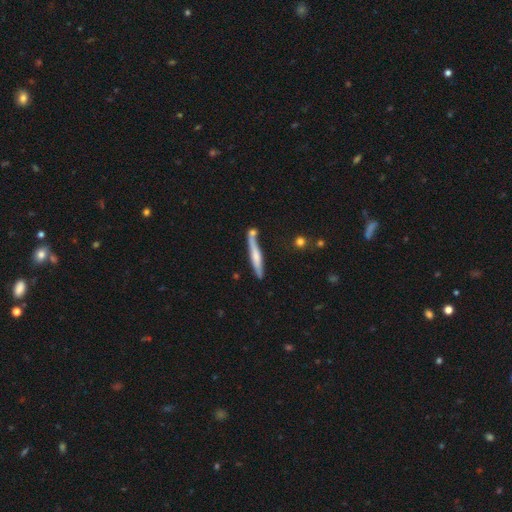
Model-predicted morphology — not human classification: type=smooth (49%); merging=none (66%).